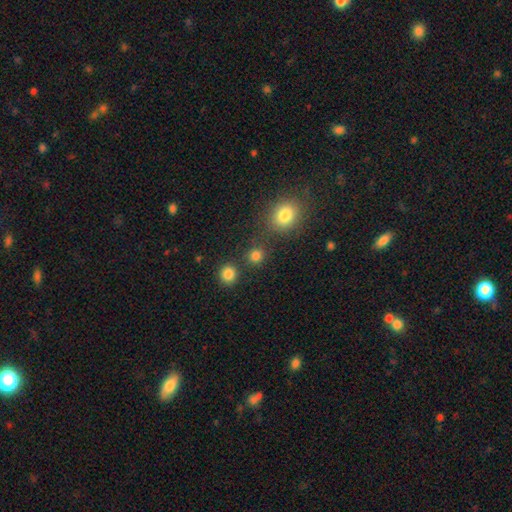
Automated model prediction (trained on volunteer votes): This is clearly a smooth galaxy (82%). How rounded: clearly round (88%). Merging: likely none (78%).